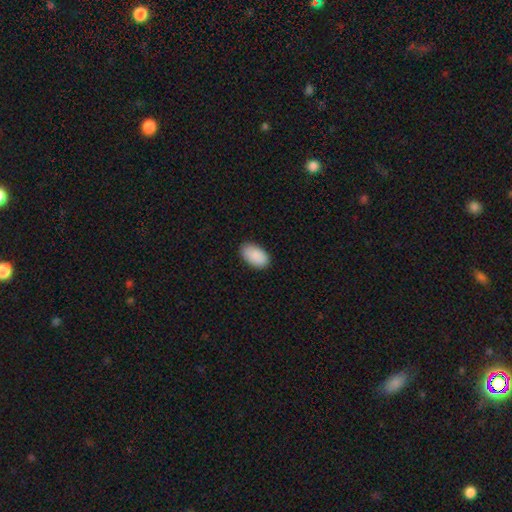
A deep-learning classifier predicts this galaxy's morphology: This is clearly a smooth galaxy (91%). How rounded: clearly in between (95%). Merging: clearly none (87%).